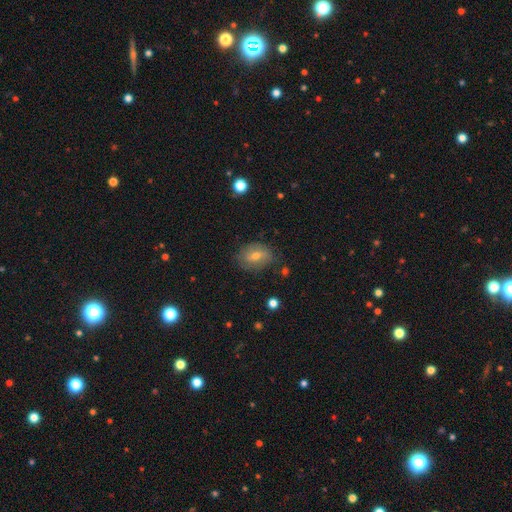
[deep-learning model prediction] smooth 54%, featured or disk 37%, star or artifact 9%. Down the decision tree: how rounded — in between (70%); merging — none (69%).